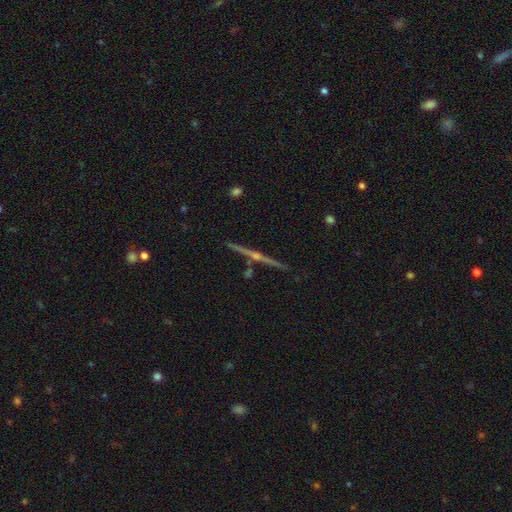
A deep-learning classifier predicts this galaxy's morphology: featured or disk 68%, star or artifact 16%, smooth 16%. Down the decision tree: edge-on disk — yes (94%); edge-on bulge — rounded (62%); merging — none (85%).